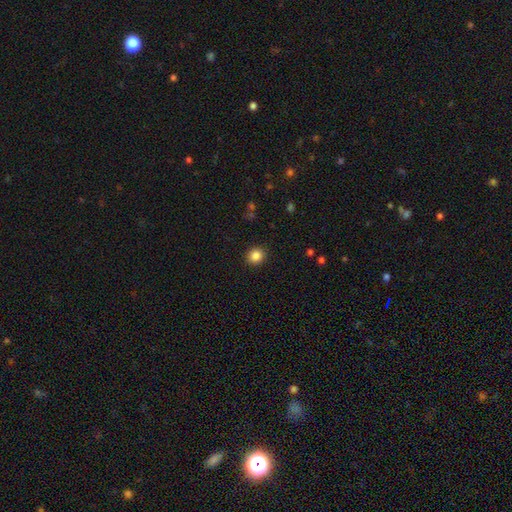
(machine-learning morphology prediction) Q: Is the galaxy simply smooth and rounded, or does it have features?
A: smooth — 85%.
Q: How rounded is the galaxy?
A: round — 87%.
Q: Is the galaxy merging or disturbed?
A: none — 91%.